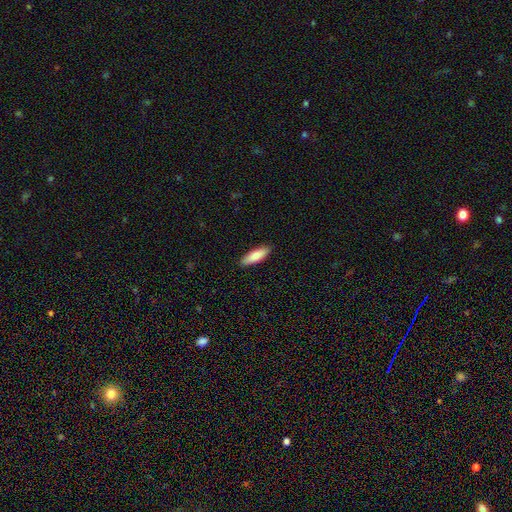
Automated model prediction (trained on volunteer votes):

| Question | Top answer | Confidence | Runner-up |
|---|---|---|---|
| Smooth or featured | smooth | 84% | featured or disk (11%) |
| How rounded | in between | 52% | cigar-shaped (46%) |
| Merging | none | 90% | minor disturbance (8%) |